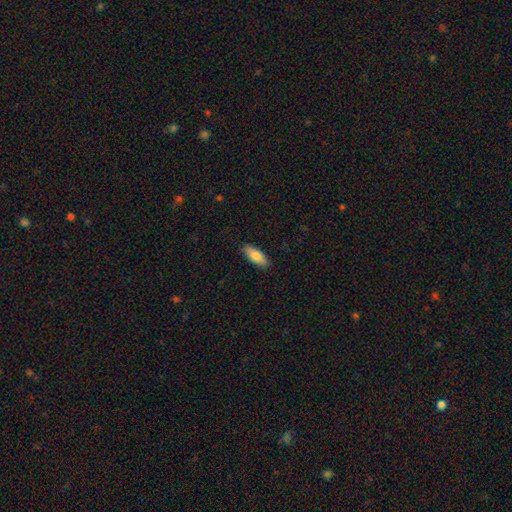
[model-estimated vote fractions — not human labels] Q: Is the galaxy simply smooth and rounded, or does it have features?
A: smooth — 82%.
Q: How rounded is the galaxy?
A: in between — 76%.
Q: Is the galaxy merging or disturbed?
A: none — 88%.